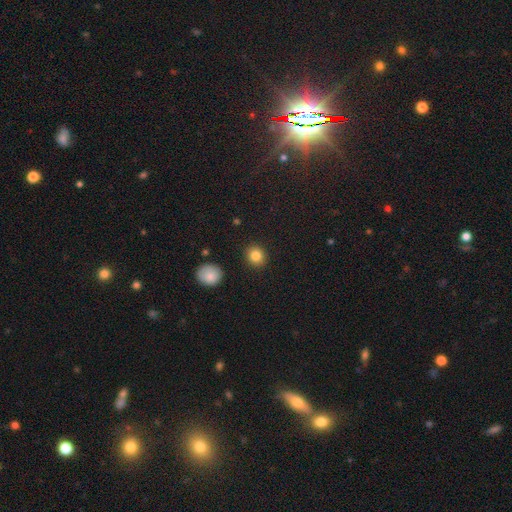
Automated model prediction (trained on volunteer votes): smooth-or-featured: smooth: 84% | star or artifact: 10% | featured or disk: 6%
  how-rounded: round: 80% | in between: 19% | cigar-shaped: 1%
  merging: none: 91% | minor disturbance: 6% | major disturbance: 2% | merger: 2%